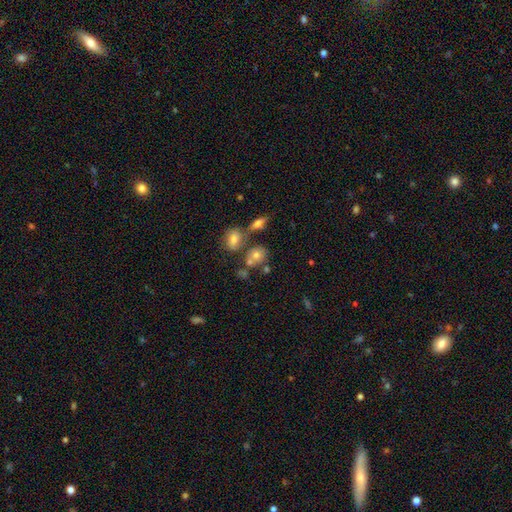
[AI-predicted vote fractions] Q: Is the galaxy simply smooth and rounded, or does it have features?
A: smooth — 69%.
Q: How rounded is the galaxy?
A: round — 54%.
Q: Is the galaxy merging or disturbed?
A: none — 51%.